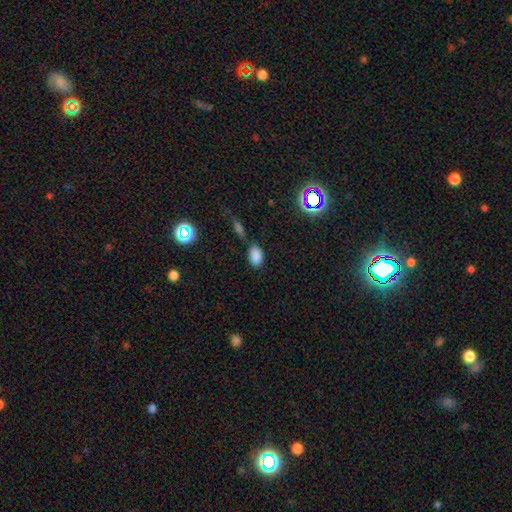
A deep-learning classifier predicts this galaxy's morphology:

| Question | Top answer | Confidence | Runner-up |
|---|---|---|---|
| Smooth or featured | smooth | 81% | star or artifact (14%) |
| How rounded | in between | 89% | round (9%) |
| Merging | none | 70% | minor disturbance (16%) |